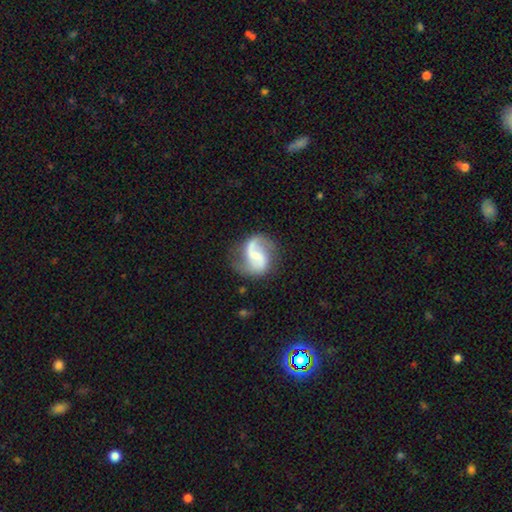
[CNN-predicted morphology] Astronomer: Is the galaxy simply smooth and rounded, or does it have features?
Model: featured or disk — 83%.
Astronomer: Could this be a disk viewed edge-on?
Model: no — 98%.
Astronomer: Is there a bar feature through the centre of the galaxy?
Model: weak — 47% (runner-up: no, 31%).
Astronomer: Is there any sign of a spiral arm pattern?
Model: yes — 96%.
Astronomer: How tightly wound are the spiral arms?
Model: loose — 50% (runner-up: medium, 40%).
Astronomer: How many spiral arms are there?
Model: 2 — 88%.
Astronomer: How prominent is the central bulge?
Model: none — 36% (runner-up: small, 34%).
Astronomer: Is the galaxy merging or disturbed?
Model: none — 67%.